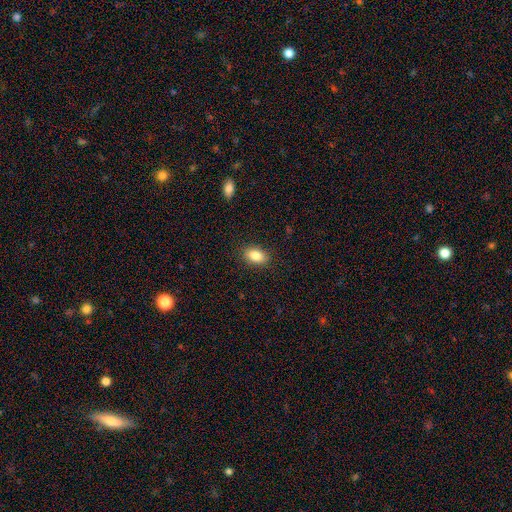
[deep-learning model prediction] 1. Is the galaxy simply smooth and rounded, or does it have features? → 85% smooth, 8% star or artifact, 7% featured or disk.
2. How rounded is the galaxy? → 88% in between, 10% round, 2% cigar-shaped.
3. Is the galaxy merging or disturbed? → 88% none, 9% minor disturbance, 2% major disturbance, 1% merger.